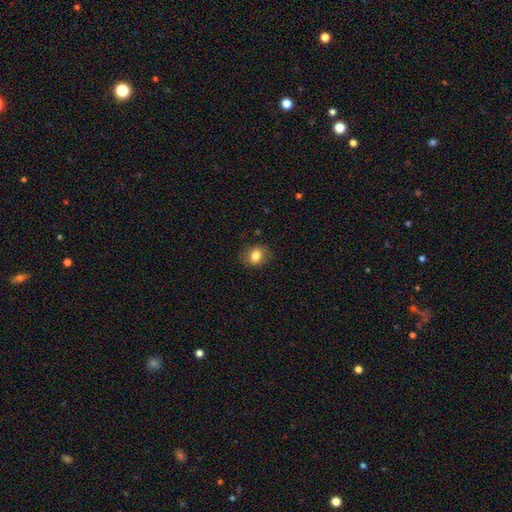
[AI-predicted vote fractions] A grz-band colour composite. It shows a smooth galaxy with no disk features (80%) that is round (54%). Merging: none (81%).